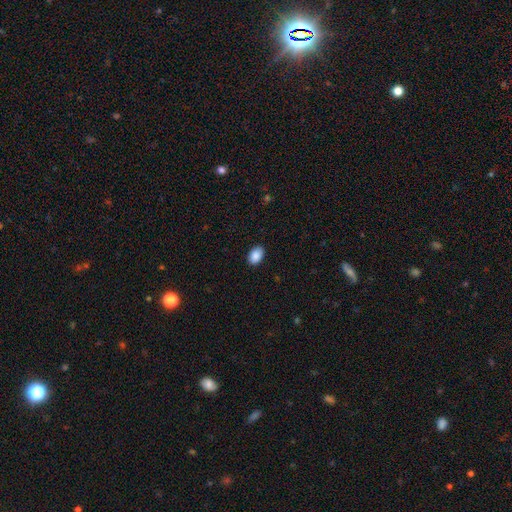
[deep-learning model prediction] The model was most divided on "how rounded": in between: 88%, round: 11%, cigar-shaped: 1%. More confident: smooth or featured — smooth (89%); merging — none (89%).